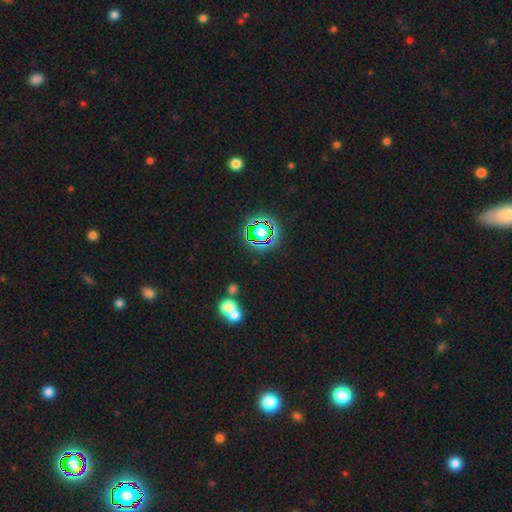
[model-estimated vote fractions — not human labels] Smooth or featured? Predicted: star or artifact (p=0.70).